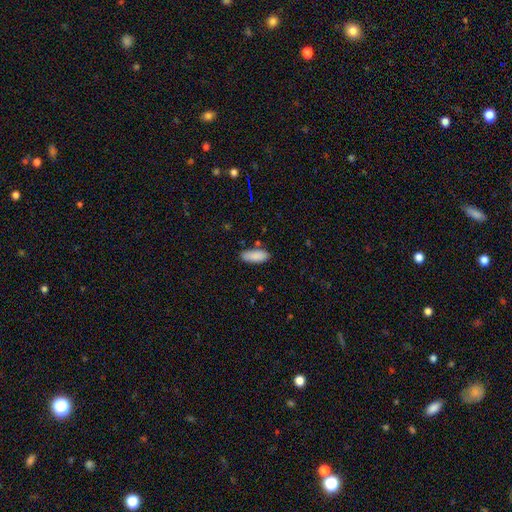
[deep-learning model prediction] smooth-or-featured: smooth: 88% | star or artifact: 6% | featured or disk: 5%
  how-rounded: in between: 77% | cigar-shaped: 21% | round: 2%
  merging: none: 80% | minor disturbance: 14% | merger: 3% | major disturbance: 3%